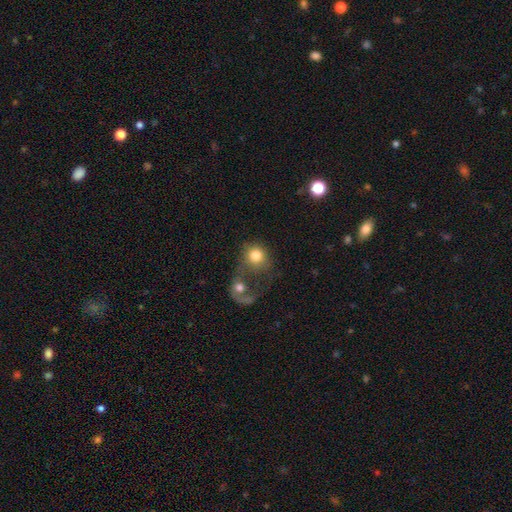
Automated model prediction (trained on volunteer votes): Smooth or featured?
  - smooth: 72% *
  - featured or disk: 19%
  - star or artifact: 9%
How rounded?
  - round: 76% *
  - in between: 23%
  - cigar-shaped: 1%
Merging?
  - merger: 56% *
  - major disturbance: 19%
  - none: 17%
  - minor disturbance: 7%